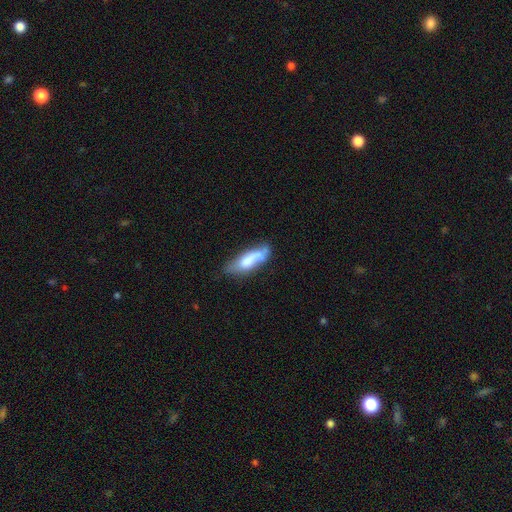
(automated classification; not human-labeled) Overall: smooth (64%; featured or disk 29%). How rounded: in between (56%; cigar-shaped 42%). Merging: none (44%; minor disturbance 29%).